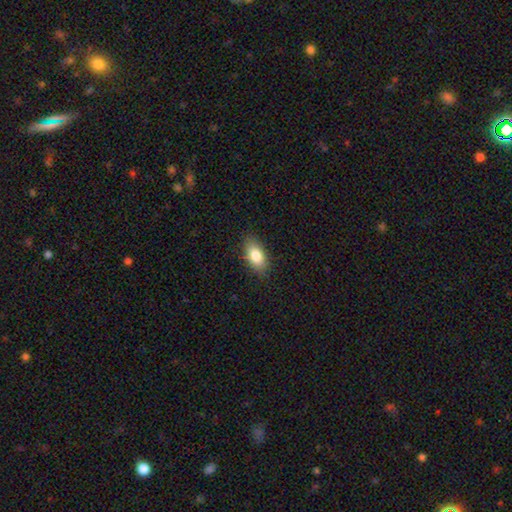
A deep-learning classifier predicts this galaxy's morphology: This appears to be a smooth galaxy with no disk features (82%) that is in between round and cigar-shaped (89%). Merging: none (85%).